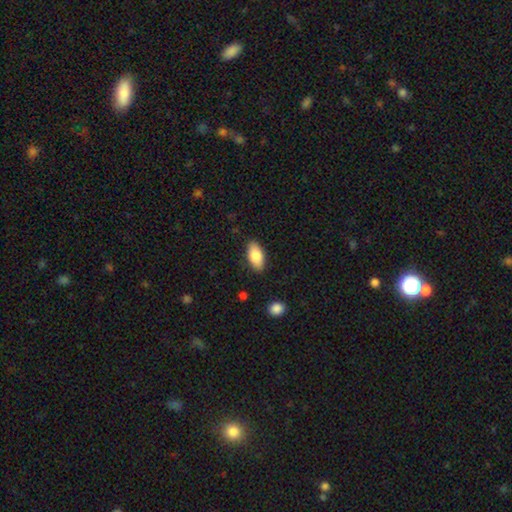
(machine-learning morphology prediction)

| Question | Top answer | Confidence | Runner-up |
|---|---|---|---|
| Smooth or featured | smooth | 83% | featured or disk (11%) |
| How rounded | in between | 91% | cigar-shaped (6%) |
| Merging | none | 87% | minor disturbance (10%) |